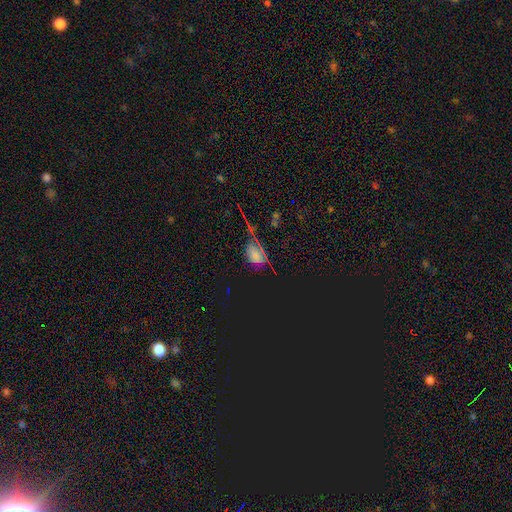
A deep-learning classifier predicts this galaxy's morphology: A star or artifact, not a galaxy (55%).

Vote fractions:
- Smooth or featured? star or artifact: 55% / smooth: 35% / featured or disk: 10%